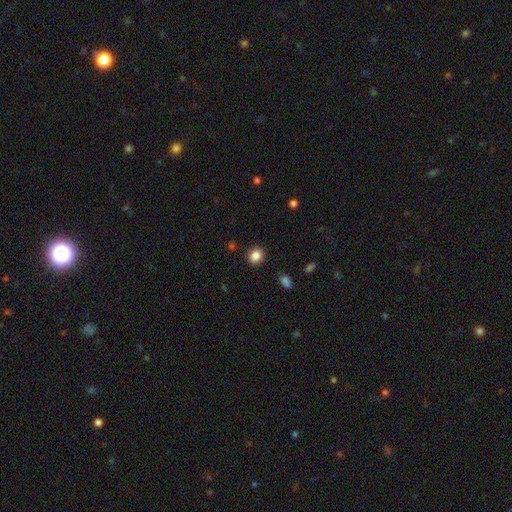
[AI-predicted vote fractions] A smooth galaxy with no disk features (85%) that is round (63%). Merging: none (90%).